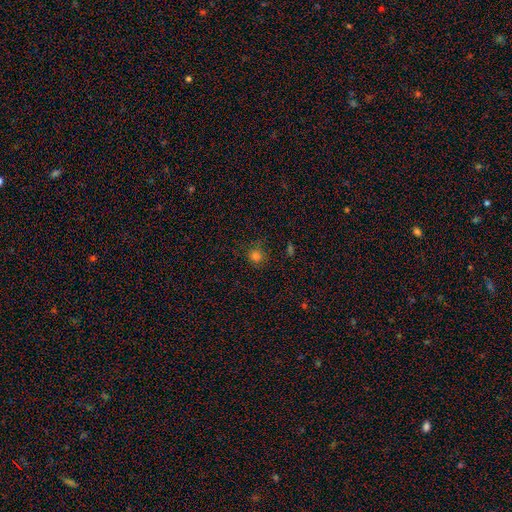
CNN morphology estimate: The model was most divided on "smooth or featured": smooth: 74%, star or artifact: 21%, featured or disk: 5%. More confident: how rounded — round (89%); merging — none (79%).